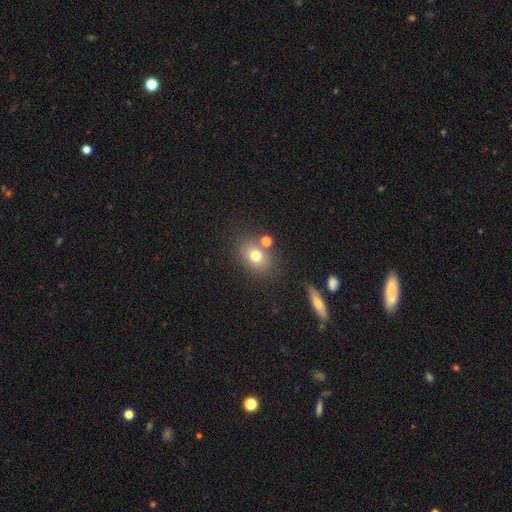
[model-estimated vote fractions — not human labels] Q: Smooth or featured?
A: smooth (74%); runner-up: featured or disk (14%)
Q: How rounded?
A: in between (58%); runner-up: round (41%)
Q: Merging?
A: none (71%); runner-up: merger (13%)